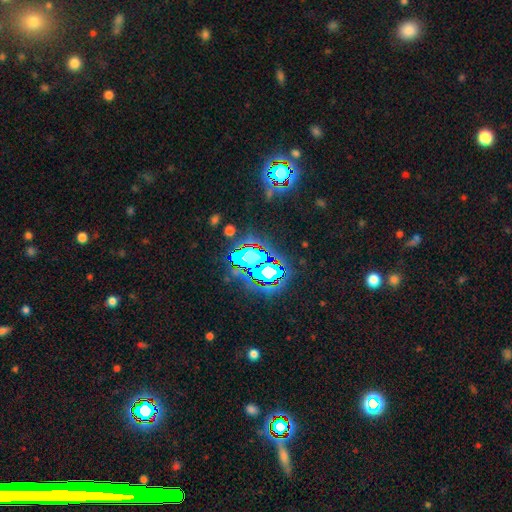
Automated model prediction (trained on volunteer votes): A star or artifact, not a galaxy (69%).

Vote fractions:
- Smooth or featured? star or artifact: 69% / featured or disk: 17% / smooth: 14%